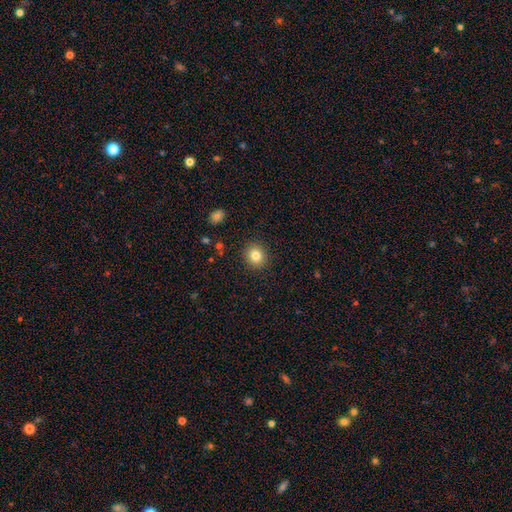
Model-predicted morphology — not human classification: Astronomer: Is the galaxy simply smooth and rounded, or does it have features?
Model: smooth — 82%.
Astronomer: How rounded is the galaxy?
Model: round — 83%.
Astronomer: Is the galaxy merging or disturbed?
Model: none — 91%.